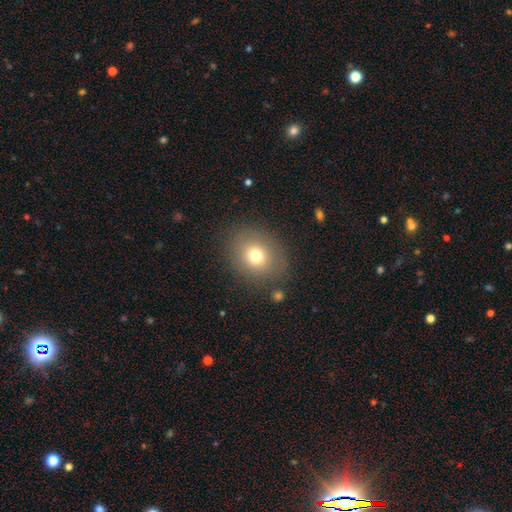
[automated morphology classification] This appears to be a smooth galaxy with no disk features (73%) that is round (66%). Merging: none (82%).